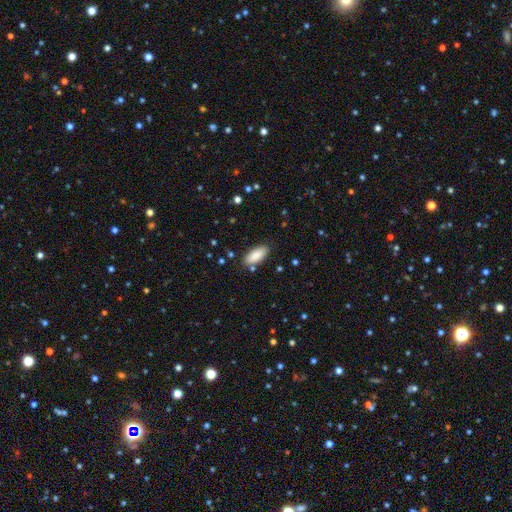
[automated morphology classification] This appears to be a smooth galaxy with no disk features (87%) that is in between round and cigar-shaped (83%). Merging: none (85%).